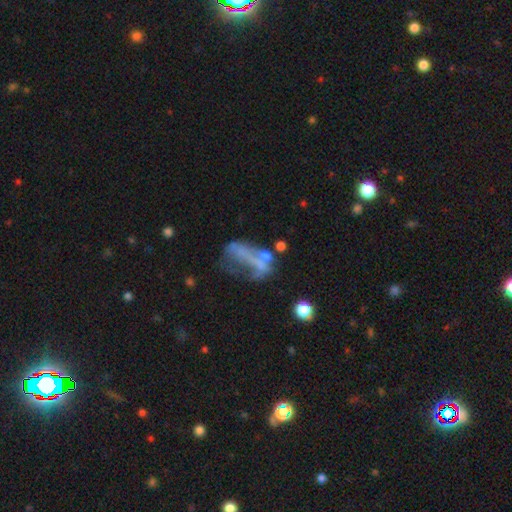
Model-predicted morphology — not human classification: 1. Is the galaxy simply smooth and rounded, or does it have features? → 48% featured or disk, 33% smooth, 19% star or artifact.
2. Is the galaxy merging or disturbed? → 41% major disturbance, 24% none, 18% minor disturbance, 17% merger.